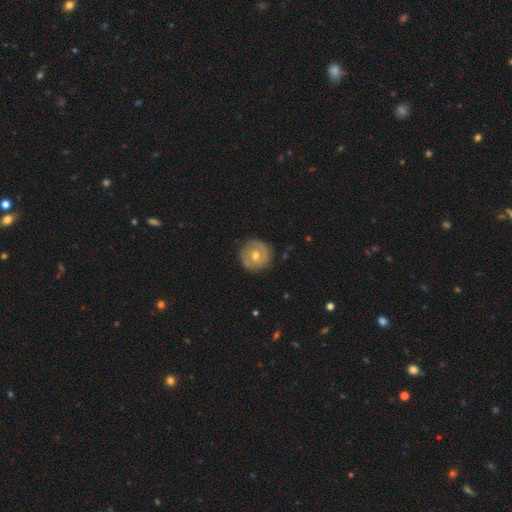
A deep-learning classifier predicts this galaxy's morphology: Overall: featured or disk (61%; smooth 33%). Edge-on disk: no (97%). Bar: no (62%; weak 30%). Spiral arms: yes (63%; no 37%). Bulge size: moderate (73%). Merging: none (85%).